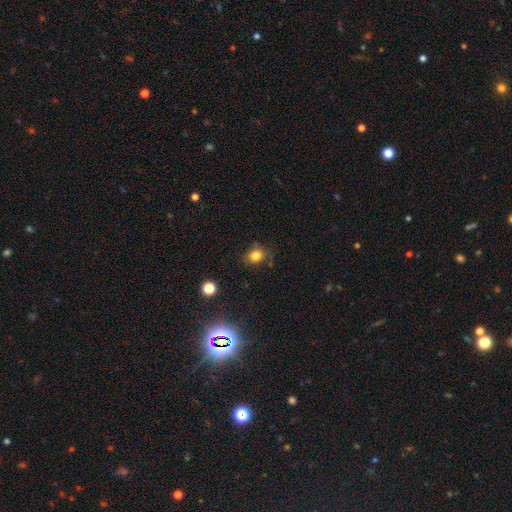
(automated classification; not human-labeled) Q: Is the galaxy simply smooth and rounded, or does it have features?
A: smooth — 81%.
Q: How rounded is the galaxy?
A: round — 53%.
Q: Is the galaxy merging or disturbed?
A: none — 72%.